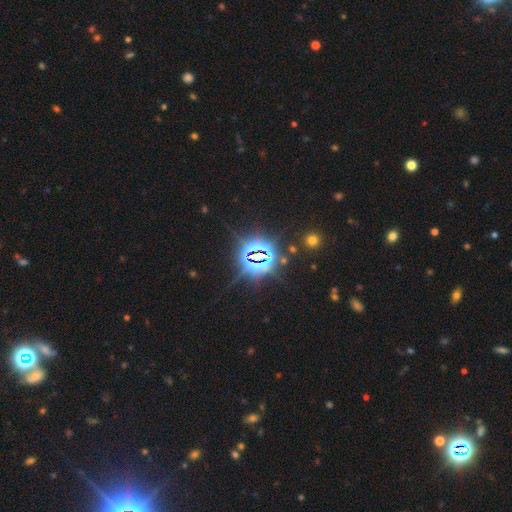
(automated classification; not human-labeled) smooth_or_featured: star or artifact (p=0.83) [alt: smooth p=0.09]